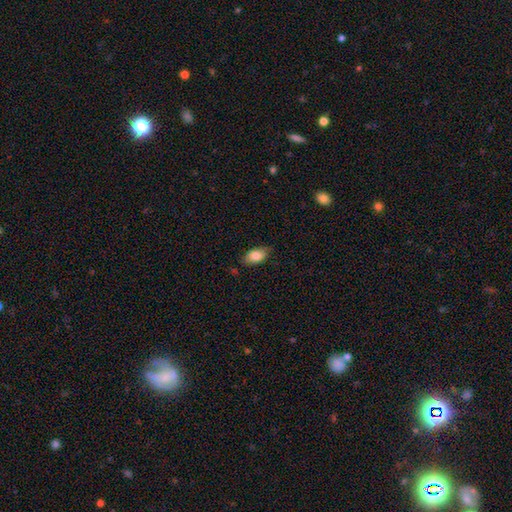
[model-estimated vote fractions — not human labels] smooth_or_featured: smooth (p=0.83) [alt: featured or disk p=0.10]
how_rounded: in between (p=0.91) [alt: round p=0.06]
merging: none (p=0.76) [alt: minor disturbance p=0.19]